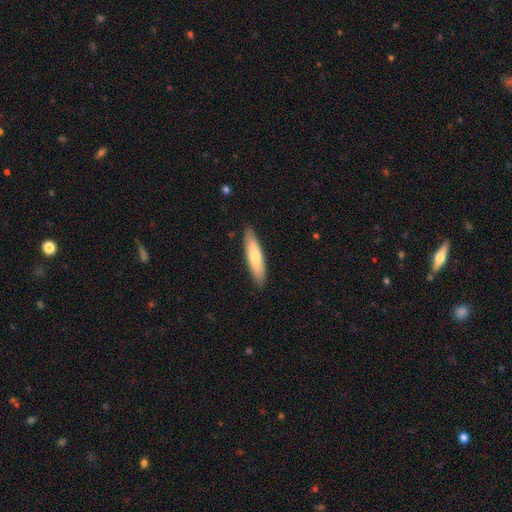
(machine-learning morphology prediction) Smooth or featured: smooth — 65% (featured or disk — 30%)
How rounded: cigar-shaped — 75% (in between — 24%)
Merging: none — 88% (minor disturbance — 9%)